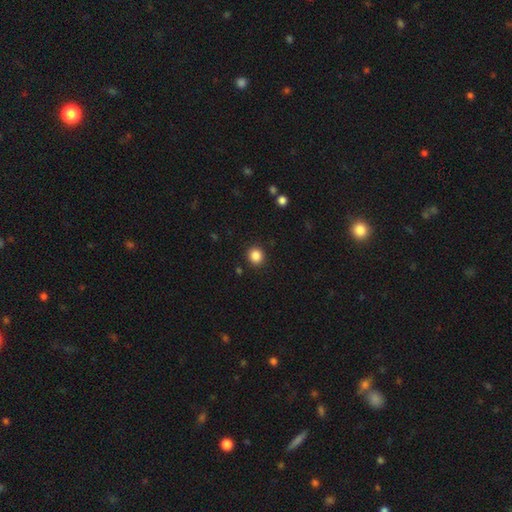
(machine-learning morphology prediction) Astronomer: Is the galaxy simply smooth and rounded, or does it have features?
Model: smooth — 86%.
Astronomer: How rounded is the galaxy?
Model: round — 88%.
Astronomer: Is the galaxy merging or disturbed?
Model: none — 91%.